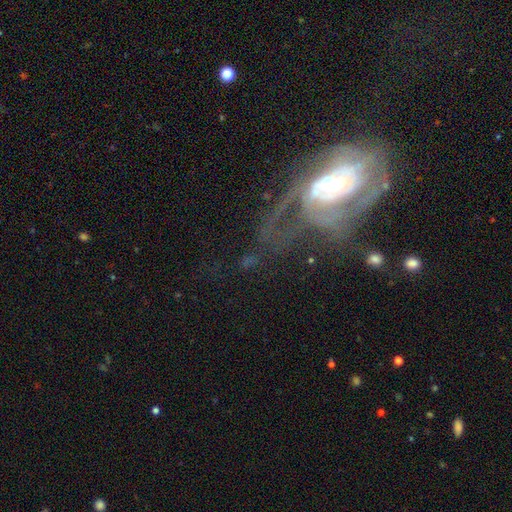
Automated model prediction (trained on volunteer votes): A featured or disk galaxy (79%) with no bar (56%), tight (55%) spiral arms (85%) and a small central bulge (50%).

Vote fractions:
- Smooth or featured? featured or disk: 79% / star or artifact: 11% / smooth: 10%
- Edge-on disk? no: 95% / yes: 5%
- Bar? no: 56% / weak: 28% / strong: 15%
- Spiral arms? yes: 85% / no: 15%
- Spiral winding? tight: 55% / medium: 31% / loose: 14%
- Spiral arm count? can't tell: 37% / 2: 29% / 3: 13% / 1: 8% / 4: 7% / more than 4: 6%
- Bulge size? small: 50% / moderate: 42% / large: 4% / none: 2% / dominant: 2%
- Merging? none: 38% / major disturbance: 35% / minor disturbance: 18% / merger: 9%